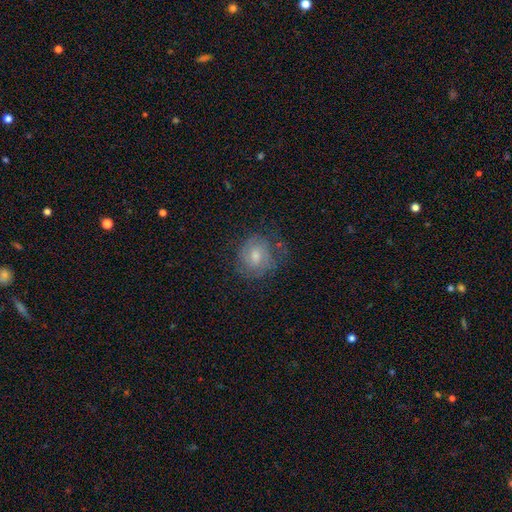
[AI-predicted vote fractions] Smooth or featured?
  - featured or disk: 50% *
  - smooth: 41%
  - star or artifact: 9%
Merging?
  - none: 65% *
  - minor disturbance: 22%
  - major disturbance: 12%
  - merger: 2%